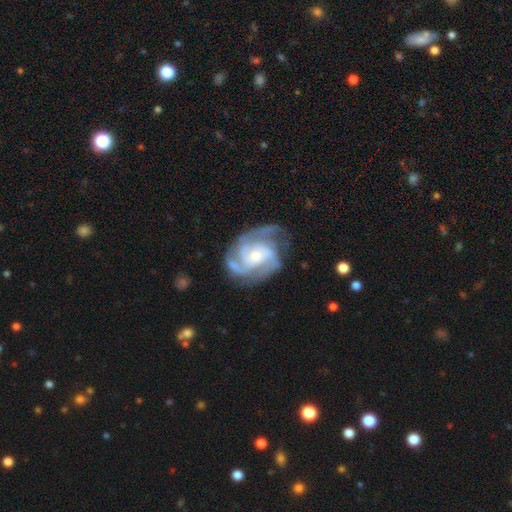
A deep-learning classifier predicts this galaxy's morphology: Q: Smooth or featured?
A: featured or disk (91%); runner-up: smooth (5%)
Q: Edge-on disk?
A: no (98%); runner-up: yes (2%)
Q: Bar?
A: no (61%); runner-up: weak (30%)
Q: Spiral arms?
A: yes (98%); runner-up: no (2%)
Q: Spiral winding?
A: tight (49%); runner-up: medium (43%)
Q: Spiral arm count?
A: 3 (48%); runner-up: 2 (18%)
Q: Bulge size?
A: small (51%); runner-up: moderate (42%)
Q: Merging?
A: none (66%); runner-up: minor disturbance (21%)